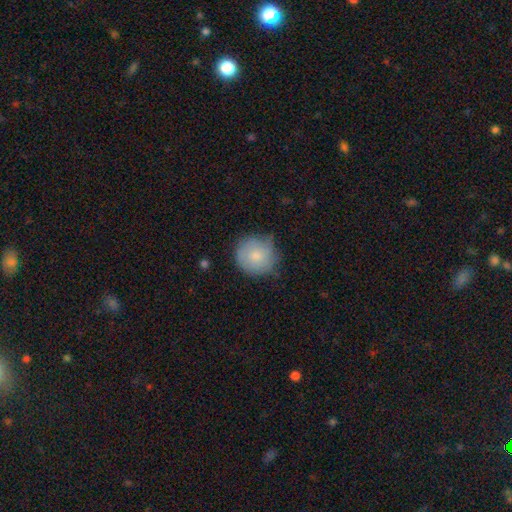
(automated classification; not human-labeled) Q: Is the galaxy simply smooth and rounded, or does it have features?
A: smooth — 79%.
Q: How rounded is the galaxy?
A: round — 92%.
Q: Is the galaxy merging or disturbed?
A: none — 67%.